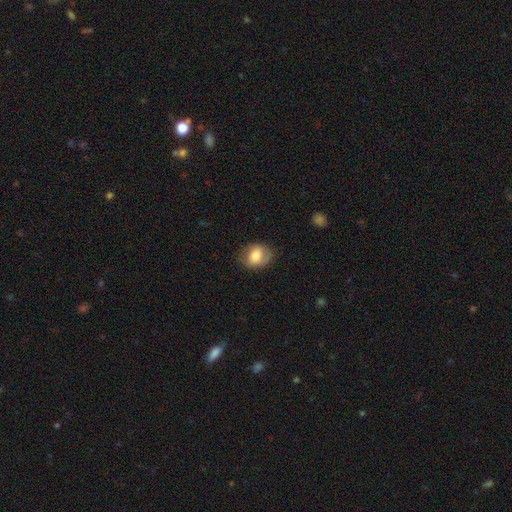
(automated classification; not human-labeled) smooth_or_featured: smooth (p=0.70) [alt: featured or disk p=0.23]
how_rounded: in between (p=0.62) [alt: round p=0.37]
merging: none (p=0.68) [alt: minor disturbance p=0.22]